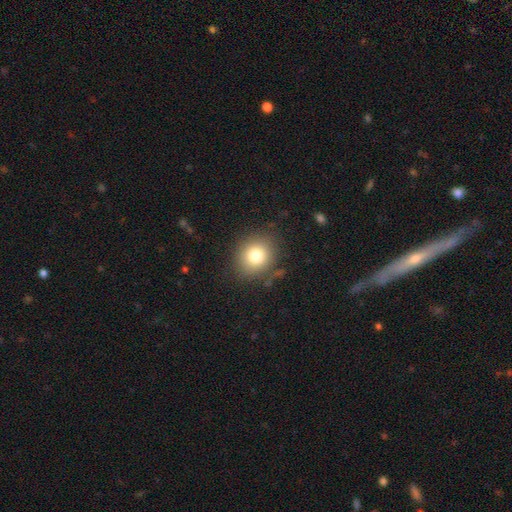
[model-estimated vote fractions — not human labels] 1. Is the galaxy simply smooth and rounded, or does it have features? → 79% smooth, 11% star or artifact, 9% featured or disk.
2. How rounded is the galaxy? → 74% round, 25% in between, 1% cigar-shaped.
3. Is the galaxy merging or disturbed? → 84% none, 10% minor disturbance, 4% major disturbance, 2% merger.